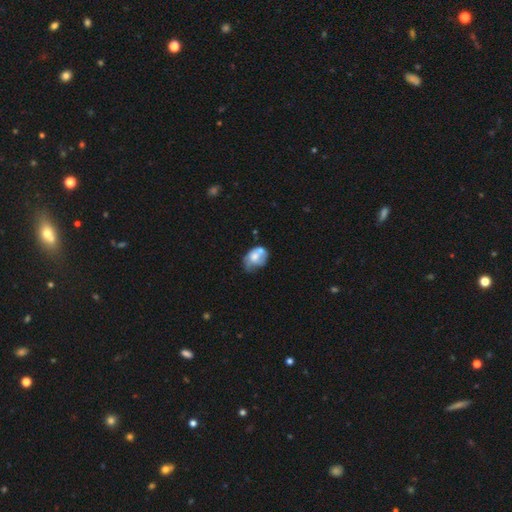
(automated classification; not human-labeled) smooth 53%, featured or disk 39%, star or artifact 8%. Down the decision tree: how rounded — in between (68%); merging — minor disturbance (27%).